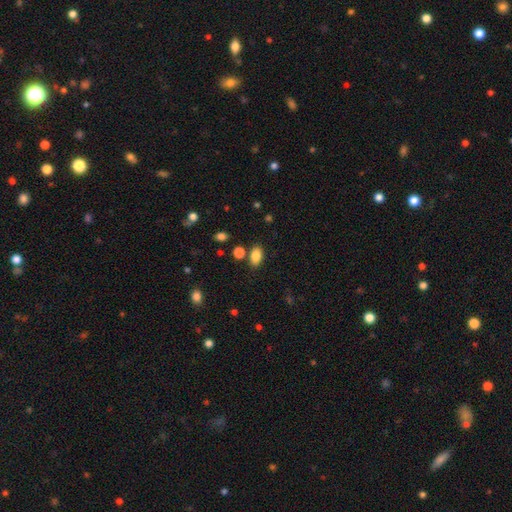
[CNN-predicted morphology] This is clearly a smooth galaxy (85%). How rounded: clearly in between (89%). Merging: likely none (78%).